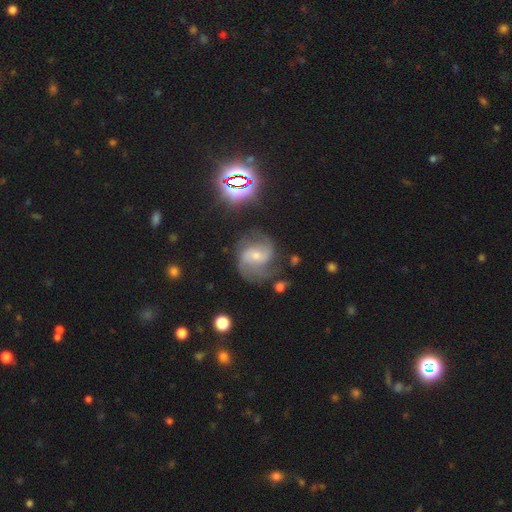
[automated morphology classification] Q: Smooth or featured?
A: featured or disk (78%); runner-up: smooth (12%)
Q: Edge-on disk?
A: no (98%); runner-up: yes (2%)
Q: Bar?
A: weak (47%); runner-up: no (35%)
Q: Spiral arms?
A: yes (94%); runner-up: no (6%)
Q: Spiral winding?
A: medium (52%); runner-up: loose (27%)
Q: Spiral arm count?
A: 2 (79%); runner-up: can't tell (9%)
Q: Bulge size?
A: small (57%); runner-up: moderate (36%)
Q: Merging?
A: none (64%); runner-up: minor disturbance (19%)